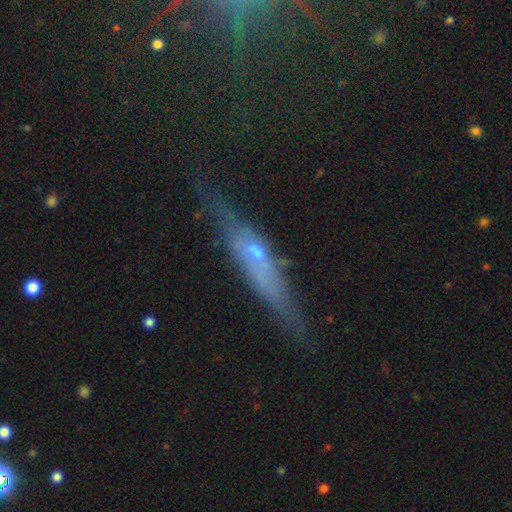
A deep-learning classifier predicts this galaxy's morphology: type=featured or disk (52%); edge-on=yes (72%); merging=none (62%).